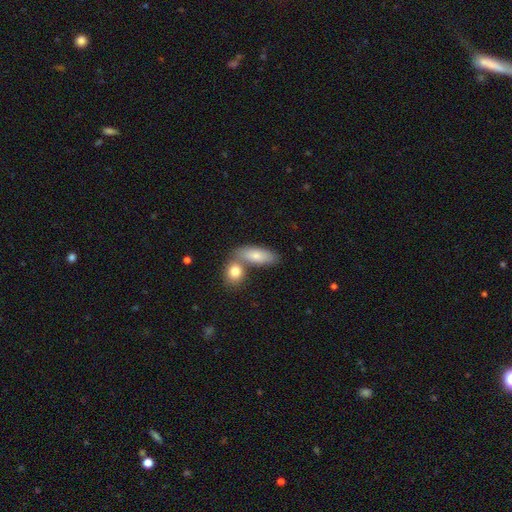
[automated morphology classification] Q: Smooth or featured?
A: smooth (76%); runner-up: featured or disk (17%)
Q: How rounded?
A: in between (75%); runner-up: cigar-shaped (20%)
Q: Merging?
A: none (49%); runner-up: merger (39%)